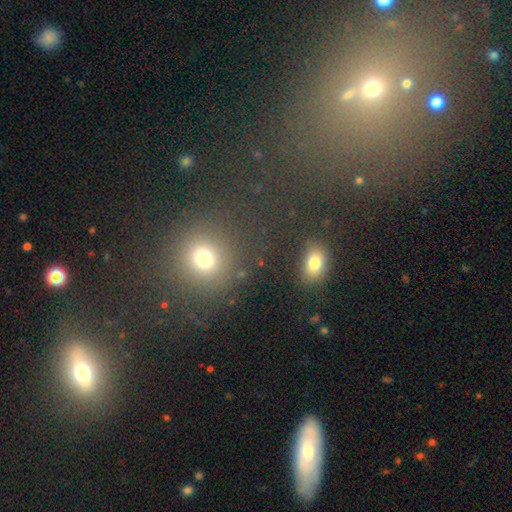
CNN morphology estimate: A smooth galaxy with no disk features (61%) that is round (86%).

Vote fractions:
- Smooth or featured? smooth: 61% / star or artifact: 29% / featured or disk: 10%
- How rounded? round: 86% / in between: 13% / cigar-shaped: 2%
- Merging? none: 79% / minor disturbance: 8% / merger: 8% / major disturbance: 5%